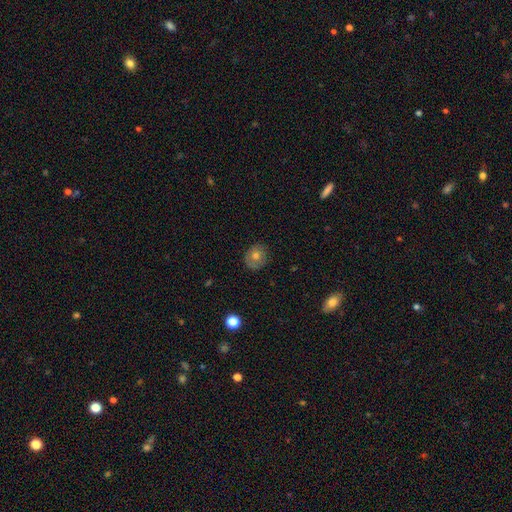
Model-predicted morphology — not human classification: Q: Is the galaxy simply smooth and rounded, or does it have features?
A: smooth — 59%.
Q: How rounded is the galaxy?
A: round — 75%.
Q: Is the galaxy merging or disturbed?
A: none — 83%.